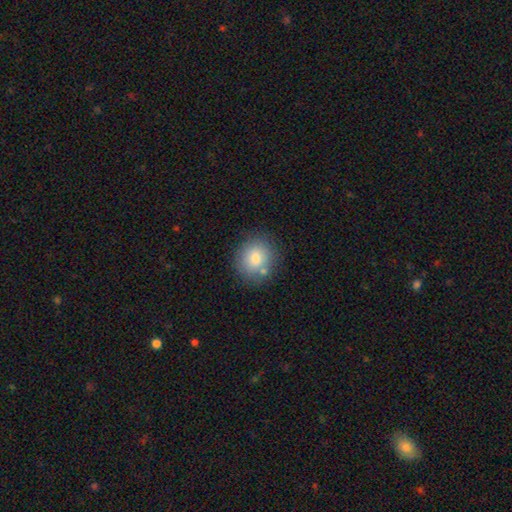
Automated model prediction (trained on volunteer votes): Q: Smooth or featured?
A: smooth (79%); runner-up: star or artifact (10%)
Q: How rounded?
A: round (81%); runner-up: in between (18%)
Q: Merging?
A: none (78%); runner-up: minor disturbance (11%)